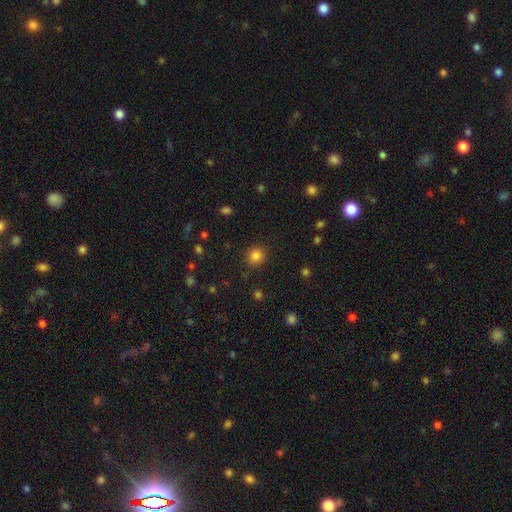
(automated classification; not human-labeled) A smooth galaxy with no disk features (83%) that is round (86%). Merging: none (87%).